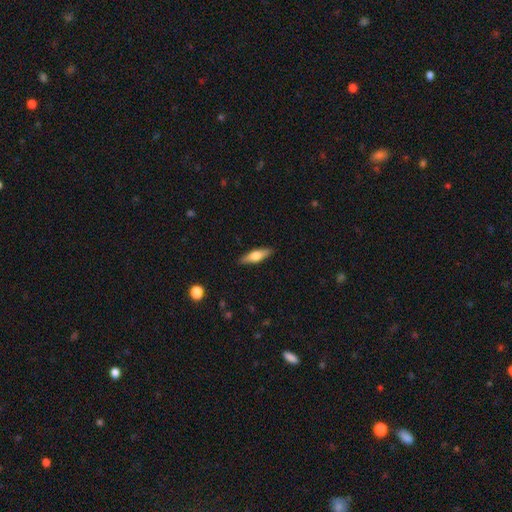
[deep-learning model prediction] Smooth or featured: smooth — 51% (featured or disk — 43%)
How rounded: cigar-shaped — 59% (in between — 39%)
Merging: none — 89% (minor disturbance — 8%)